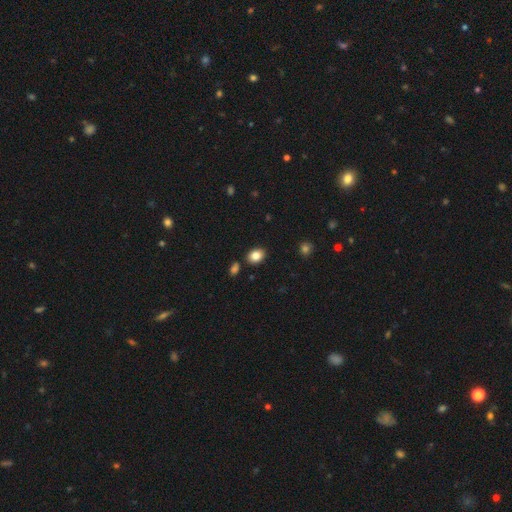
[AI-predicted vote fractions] Smooth or featured?
  - smooth: 85% *
  - star or artifact: 9%
  - featured or disk: 6%
How rounded?
  - in between: 67% *
  - round: 32%
  - cigar-shaped: 1%
Merging?
  - none: 84% *
  - minor disturbance: 9%
  - merger: 4%
  - major disturbance: 2%